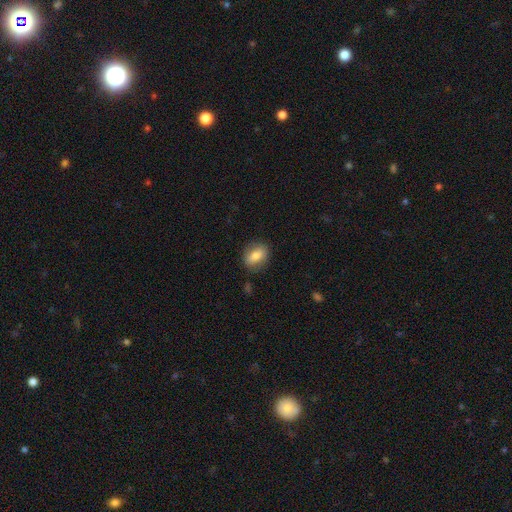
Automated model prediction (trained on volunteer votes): This is likely a smooth galaxy (76%). How rounded: likely in between (71%). Merging: clearly none (82%).